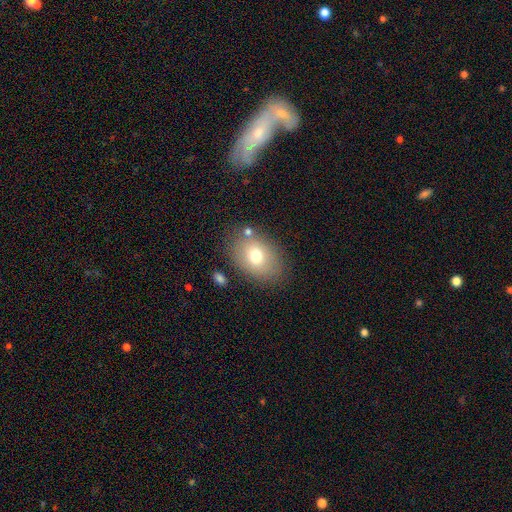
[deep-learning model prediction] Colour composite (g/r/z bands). It shows a smooth galaxy with no disk features (73%) that is in between round and cigar-shaped (76%). Merging: none (77%).